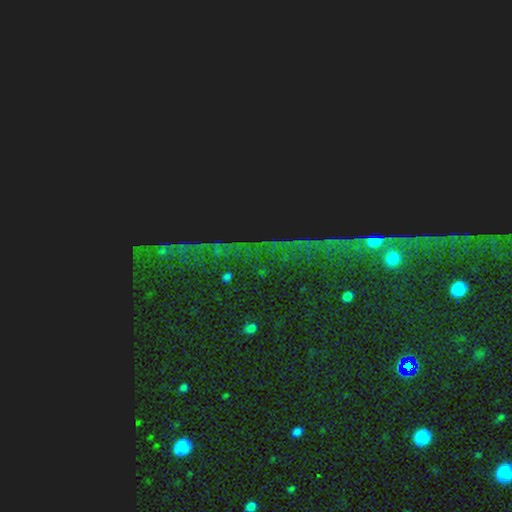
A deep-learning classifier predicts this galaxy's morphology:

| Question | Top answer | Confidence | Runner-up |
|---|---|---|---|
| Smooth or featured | star or artifact | 85% | smooth (7%) |